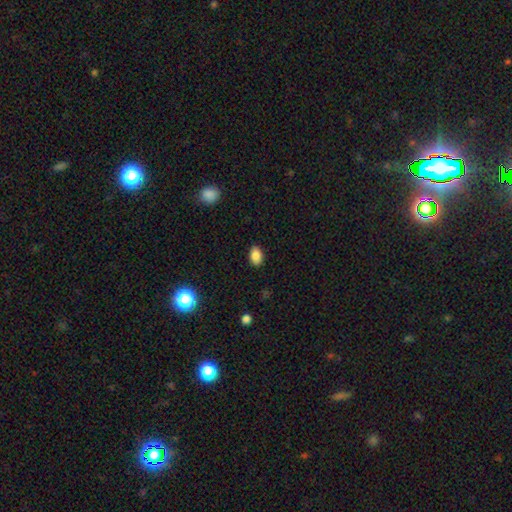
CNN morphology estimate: smooth-or-featured: smooth: 86% | star or artifact: 9% | featured or disk: 5%
  how-rounded: in between: 86% | round: 13% | cigar-shaped: 1%
  merging: none: 88% | minor disturbance: 9% | major disturbance: 2% | merger: 1%